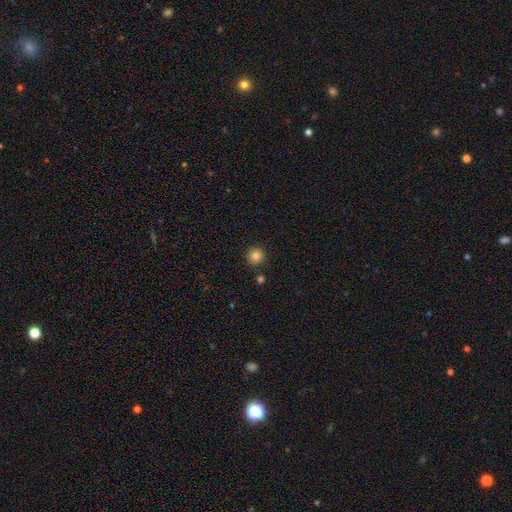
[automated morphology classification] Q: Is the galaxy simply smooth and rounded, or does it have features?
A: smooth — 85%.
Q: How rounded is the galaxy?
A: round — 95%.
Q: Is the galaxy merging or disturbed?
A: none — 88%.